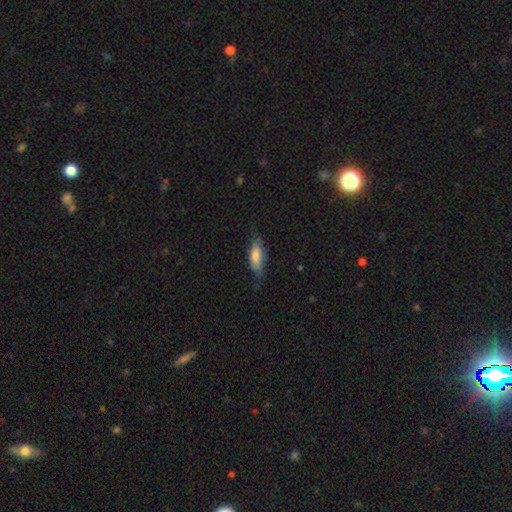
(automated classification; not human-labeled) A smooth galaxy with no disk features (74%) that is in between round and cigar-shaped (54%).

Vote fractions:
- Smooth or featured? smooth: 74% / featured or disk: 20% / star or artifact: 6%
- How rounded? in between: 54% / cigar-shaped: 44% / round: 2%
- Merging? none: 64% / minor disturbance: 27% / major disturbance: 7% / merger: 1%